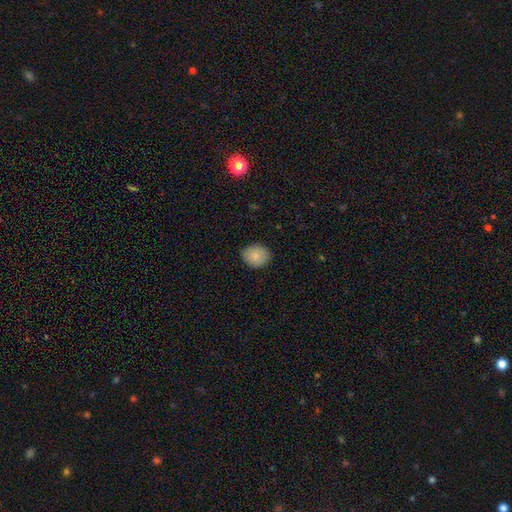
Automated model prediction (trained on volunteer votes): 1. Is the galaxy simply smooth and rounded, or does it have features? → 86% smooth, 7% star or artifact, 7% featured or disk.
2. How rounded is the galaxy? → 62% round, 37% in between, 1% cigar-shaped.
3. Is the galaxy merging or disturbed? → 84% none, 13% minor disturbance, 2% major disturbance, 1% merger.